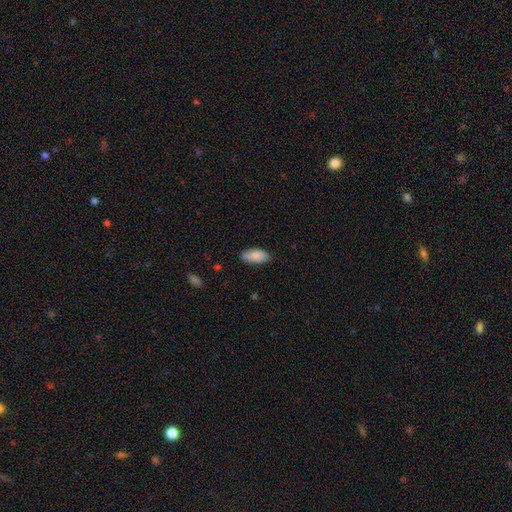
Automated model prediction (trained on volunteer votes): Overall: smooth (89%). How rounded: in between (90%). Merging: none (83%).